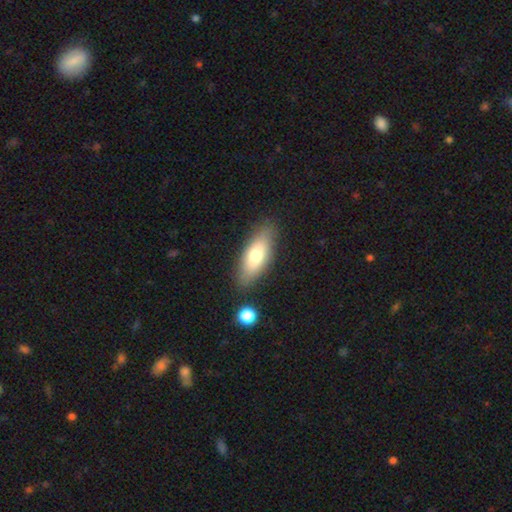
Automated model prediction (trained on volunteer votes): Morphology: type=smooth (73%); roundness=in between (71%); merging=none (82%).